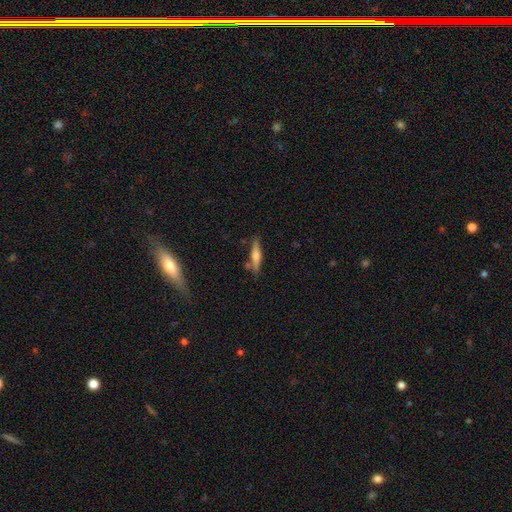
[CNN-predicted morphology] Overall: featured or disk (50%; smooth 43%). Edge-on disk: yes (94%). Merging: none (78%).